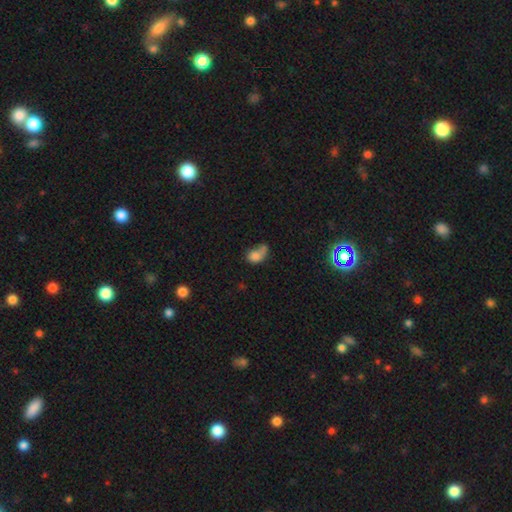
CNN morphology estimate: Smooth or featured: smooth — 73% (featured or disk — 16%)
How rounded: in between — 67% (round — 30%)
Merging: merger — 28% (none — 27%)